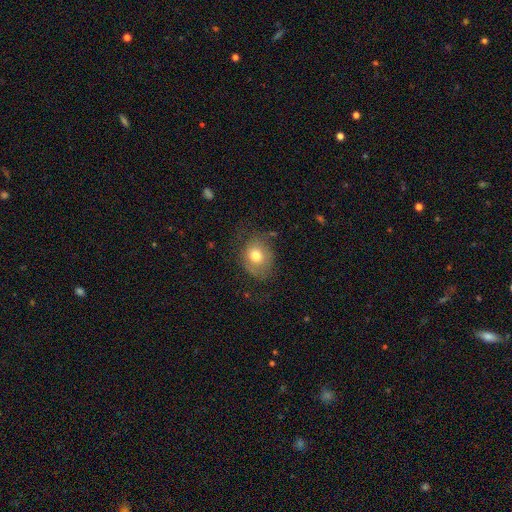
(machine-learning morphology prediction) Overall: smooth (68%). How rounded: round (55%; in between 44%). Merging: none (56%; minor disturbance 26%).